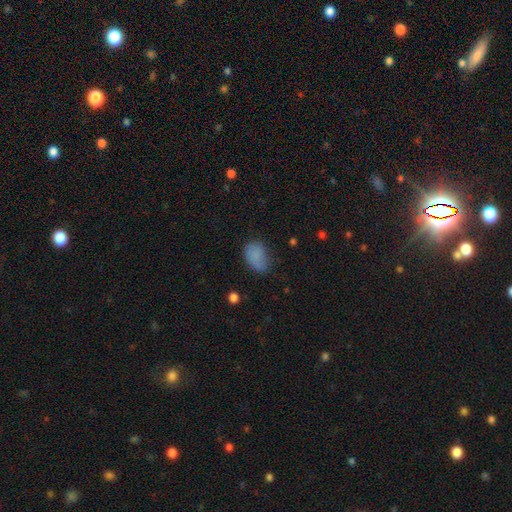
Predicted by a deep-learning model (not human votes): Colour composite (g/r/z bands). It shows a smooth galaxy with no disk features (83%) that is in between round and cigar-shaped (84%). Merging: none (60%).